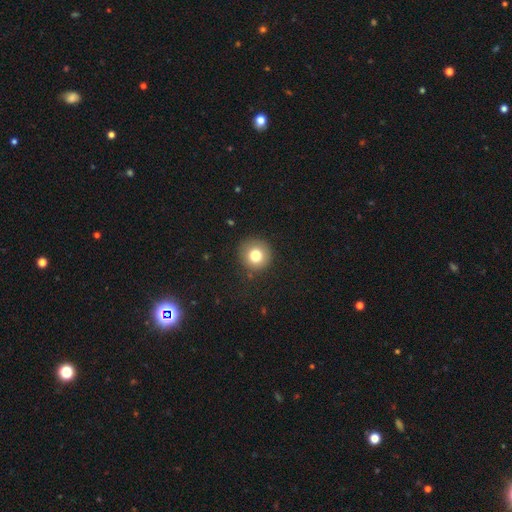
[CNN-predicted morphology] A smooth galaxy with no disk features (77%) that is round (95%).

Vote fractions:
- Smooth or featured? smooth: 77% / star or artifact: 12% / featured or disk: 11%
- How rounded? round: 95% / in between: 4% / cigar-shaped: 1%
- Merging? none: 88% / minor disturbance: 8% / major disturbance: 3% / merger: 1%